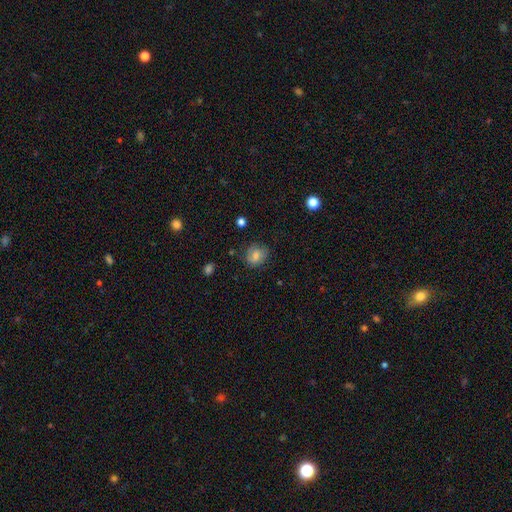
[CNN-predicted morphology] smooth-or-featured: smooth: 69% | featured or disk: 21% | star or artifact: 10%
  how-rounded: round: 64% | in between: 35% | cigar-shaped: 1%
  merging: none: 71% | minor disturbance: 21% | major disturbance: 6% | merger: 2%